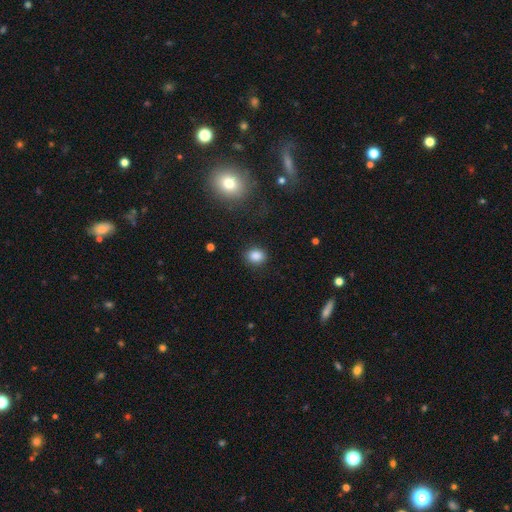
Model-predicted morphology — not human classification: Smooth or featured: smooth — 86% (star or artifact — 10%)
How rounded: round — 53% (in between — 46%)
Merging: none — 87% (minor disturbance — 9%)